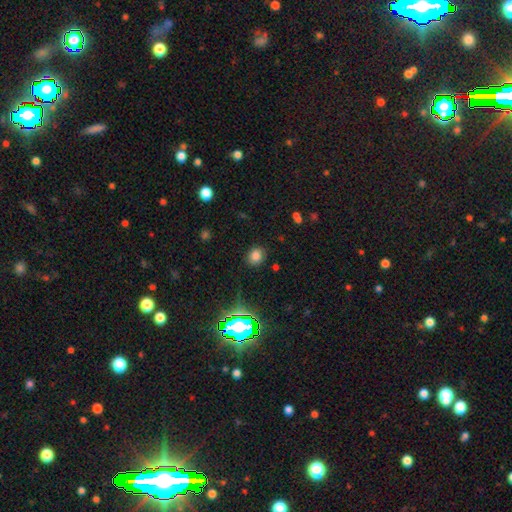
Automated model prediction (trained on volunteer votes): Smooth or featured? Predicted: smooth (p=0.75). How rounded? Predicted: round (p=0.70). Merging? Predicted: none (p=0.85).